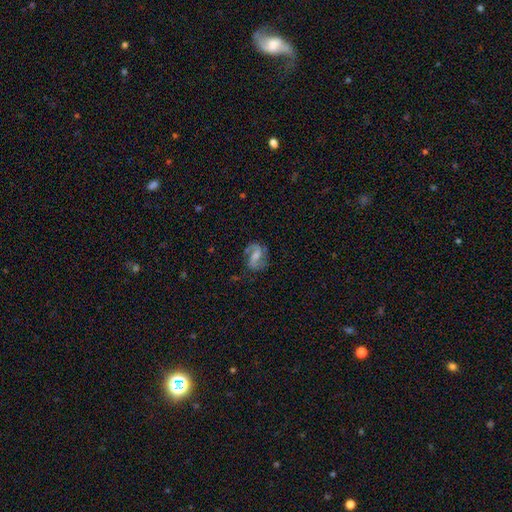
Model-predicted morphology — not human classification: A featured or disk galaxy (79%) with a weak bar (48%), 2 (87%) medium (49%) spiral arms (94%) and a moderate central bulge (40%). Merging: none (69%).